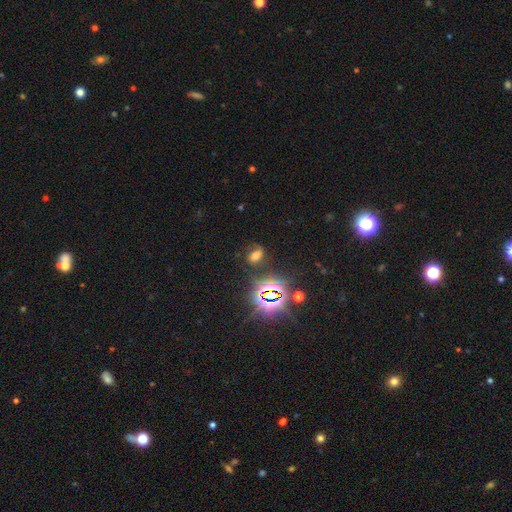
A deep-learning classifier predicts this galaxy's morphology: Smooth or featured? star or artifact (39%)